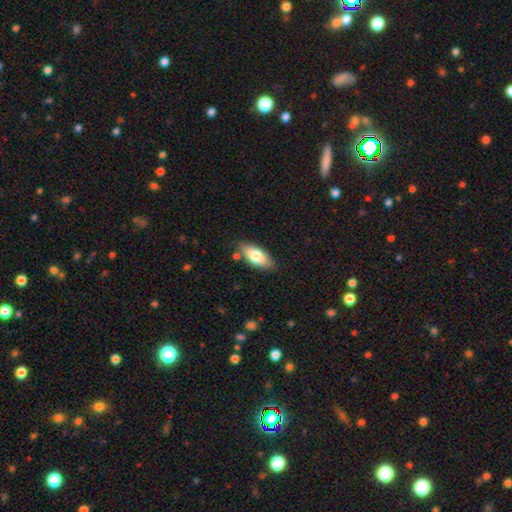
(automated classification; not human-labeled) Q: Smooth or featured?
A: smooth (75%); runner-up: featured or disk (19%)
Q: How rounded?
A: in between (86%); runner-up: cigar-shaped (12%)
Q: Merging?
A: none (81%); runner-up: minor disturbance (13%)